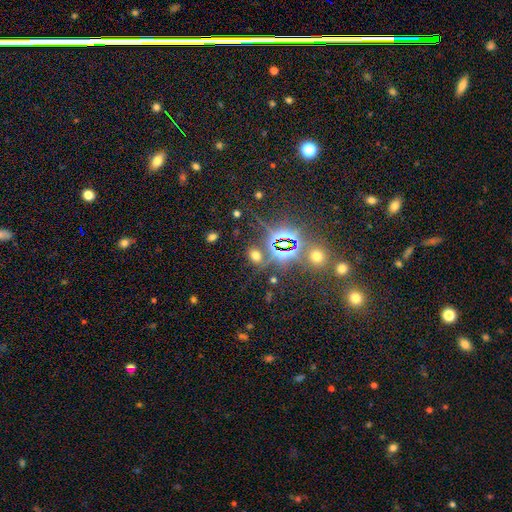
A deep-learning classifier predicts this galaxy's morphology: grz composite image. It shows a smooth galaxy with no disk features (46%). Merging: none (78%).